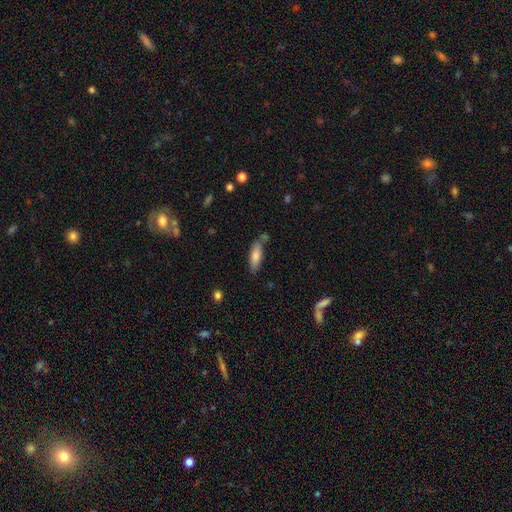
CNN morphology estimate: smooth 78%, featured or disk 16%, star or artifact 6%. Down the decision tree: how rounded — in between (58%); merging — none (69%).